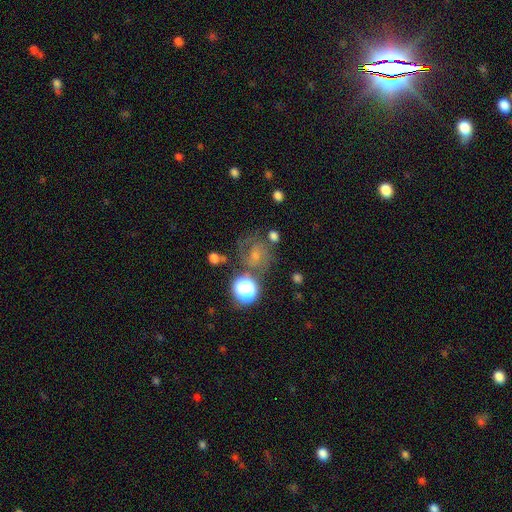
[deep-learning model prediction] A smooth galaxy with no disk features (43%). Merging: none (53%).